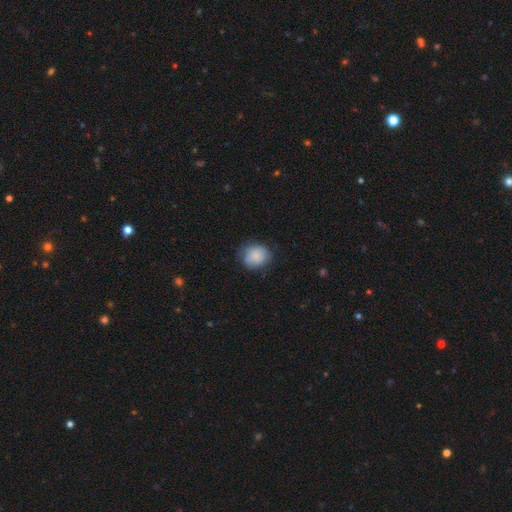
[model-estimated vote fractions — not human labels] Morphology: type=smooth (85%); roundness=round (73%); merging=none (72%).